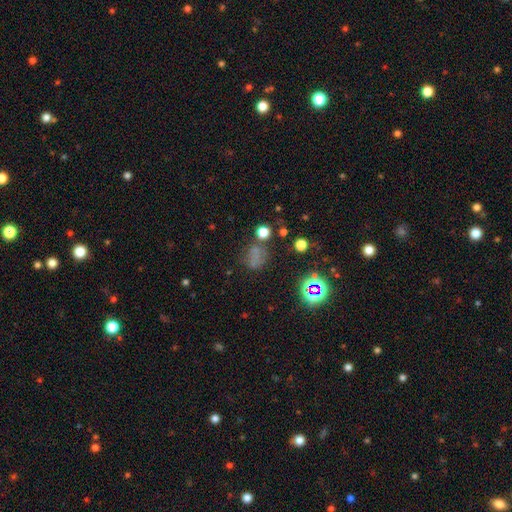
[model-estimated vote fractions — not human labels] Overall: smooth (51%; star or artifact 35%). How rounded: round (58%; in between 40%). Merging: none (55%; minor disturbance 20%).